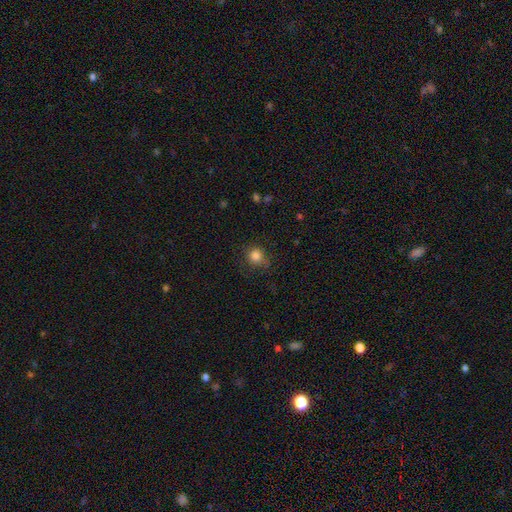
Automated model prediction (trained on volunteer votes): Smooth or featured? Predicted: smooth (p=0.84). How rounded? Predicted: round (p=0.86). Merging? Predicted: none (p=0.75).